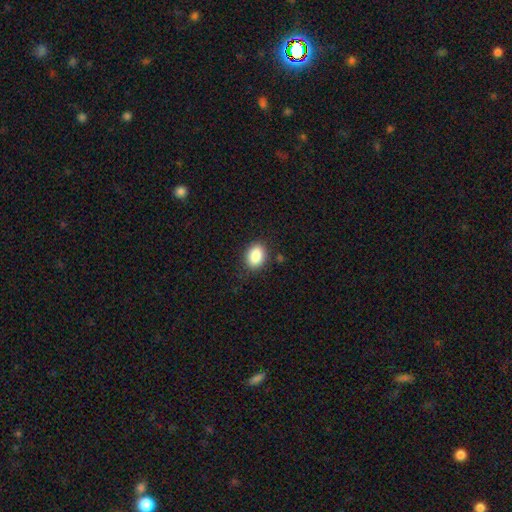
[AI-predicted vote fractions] smooth_or_featured: smooth (p=0.87) [alt: star or artifact p=0.08]
how_rounded: in between (p=0.73) [alt: round p=0.26]
merging: none (p=0.84) [alt: minor disturbance p=0.11]